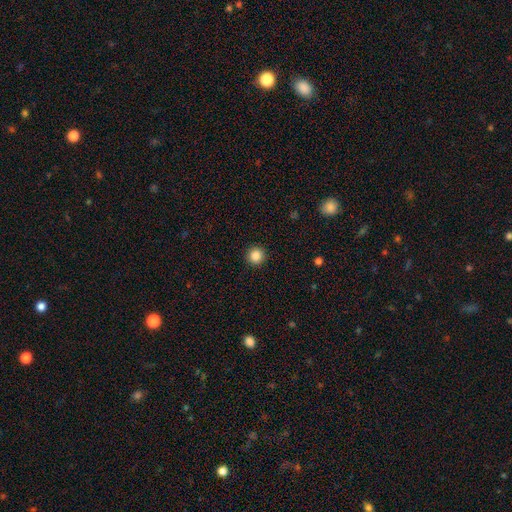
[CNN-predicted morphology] Overall: smooth (86%). How rounded: round (96%). Merging: none (93%).